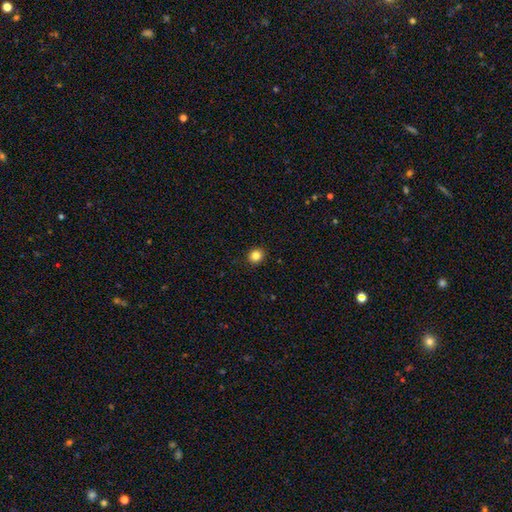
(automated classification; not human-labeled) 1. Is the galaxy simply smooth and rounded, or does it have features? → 83% smooth, 12% star or artifact, 5% featured or disk.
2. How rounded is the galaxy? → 83% round, 16% in between, 1% cigar-shaped.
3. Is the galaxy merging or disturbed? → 92% none, 5% minor disturbance, 2% major disturbance, 1% merger.